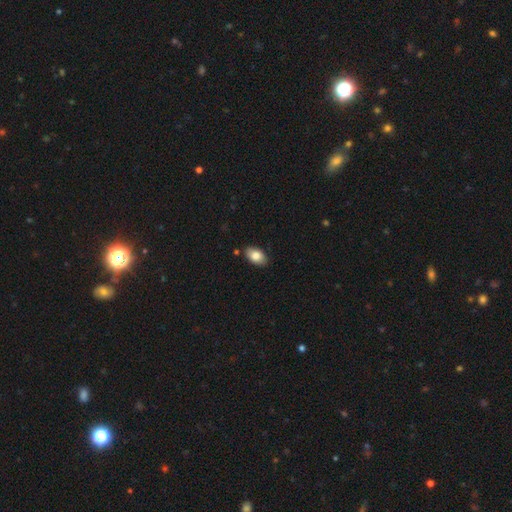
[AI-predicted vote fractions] This is clearly a smooth galaxy (83%). How rounded: clearly in between (93%). Merging: clearly none (85%).